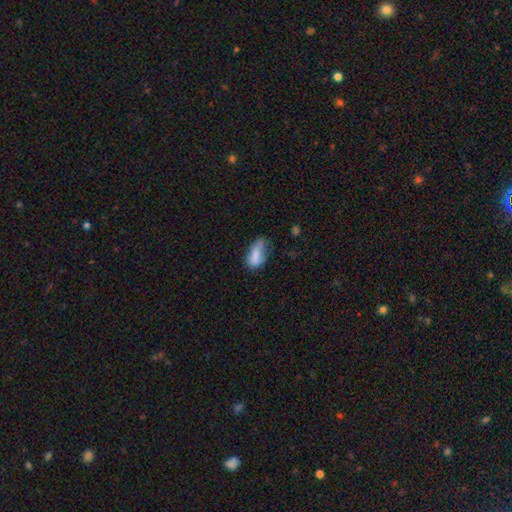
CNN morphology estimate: Q: Smooth or featured?
A: smooth (77%); runner-up: featured or disk (14%)
Q: How rounded?
A: in between (88%); runner-up: cigar-shaped (7%)
Q: Merging?
A: minor disturbance (38%); runner-up: none (36%)